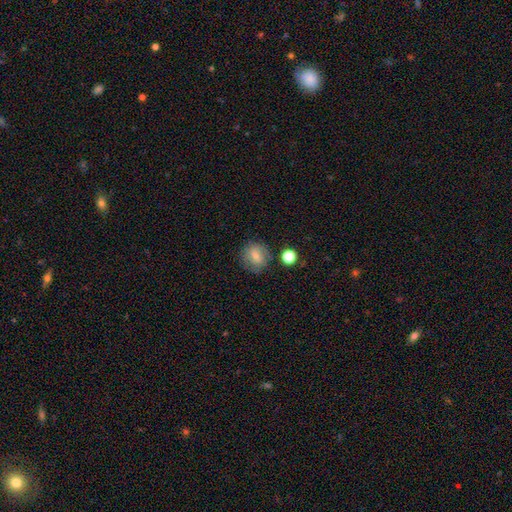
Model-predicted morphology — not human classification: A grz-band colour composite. It shows a smooth galaxy with no disk features (73%) that is round (81%). Merging: none (75%).